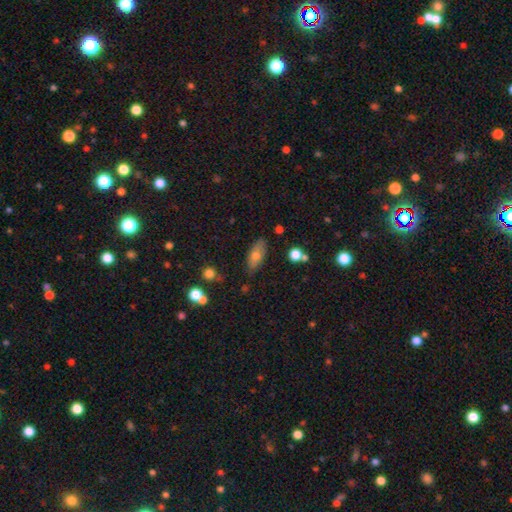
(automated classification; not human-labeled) Morphology: type=smooth (70%); roundness=in between (78%); merging=none (80%).